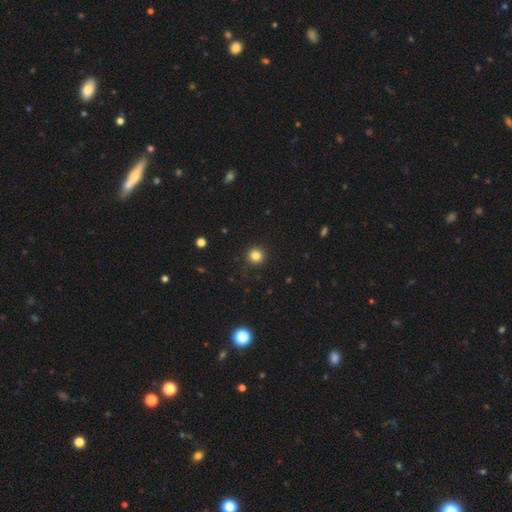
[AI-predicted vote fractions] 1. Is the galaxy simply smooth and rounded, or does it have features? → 83% smooth, 13% star or artifact, 5% featured or disk.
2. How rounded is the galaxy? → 94% round, 5% in between, 1% cigar-shaped.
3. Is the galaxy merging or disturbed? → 91% none, 6% minor disturbance, 2% major disturbance, 1% merger.